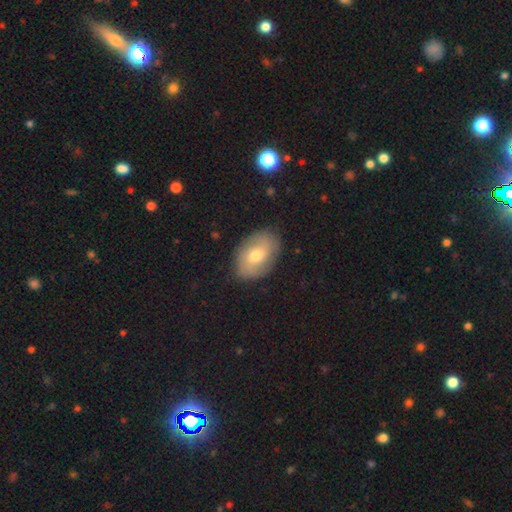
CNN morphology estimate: A smooth galaxy with no disk features (50%) that is in between round and cigar-shaped (84%).

Vote fractions:
- Smooth or featured? smooth: 50% / featured or disk: 42% / star or artifact: 8%
- How rounded? in between: 84% / round: 15% / cigar-shaped: 1%
- Merging? none: 82% / minor disturbance: 13% / major disturbance: 4% / merger: 1%